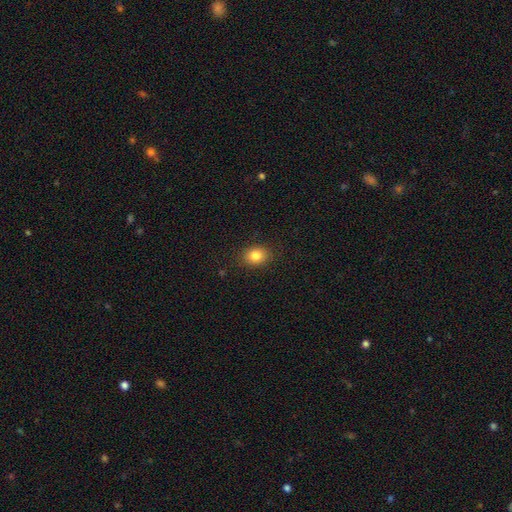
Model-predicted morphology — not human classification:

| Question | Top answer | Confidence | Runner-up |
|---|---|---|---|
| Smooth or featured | smooth | 83% | star or artifact (10%) |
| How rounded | in between | 51% | round (48%) |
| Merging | none | 87% | minor disturbance (9%) |